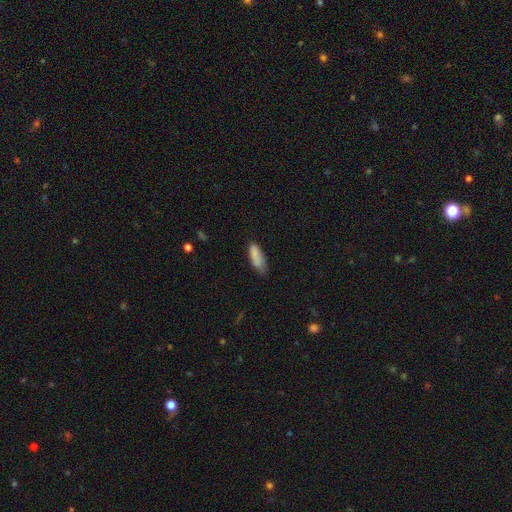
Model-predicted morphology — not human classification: This is clearly a smooth galaxy (86%). How rounded: likely in between (64%). Merging: possibly none (60%).